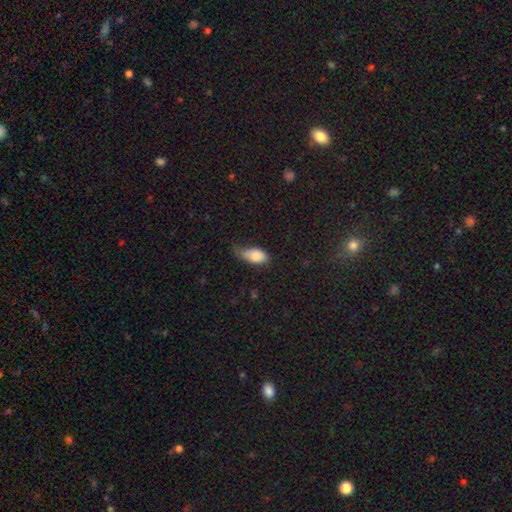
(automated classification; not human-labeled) Overall: smooth (83%). How rounded: in between (90%). Merging: minor disturbance (45%; none 36%).